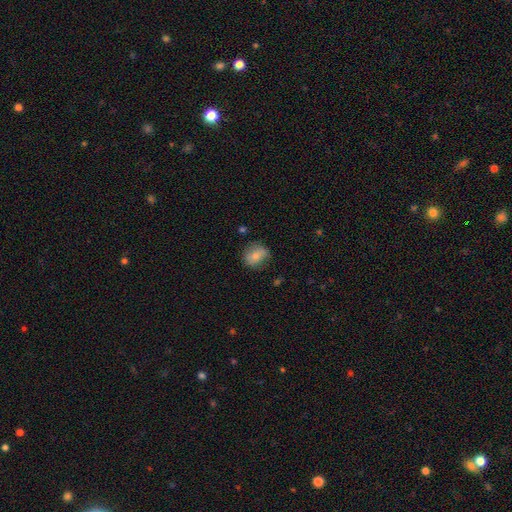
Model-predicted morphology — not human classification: type=smooth (73%); roundness=round (53%); merging=none (67%).